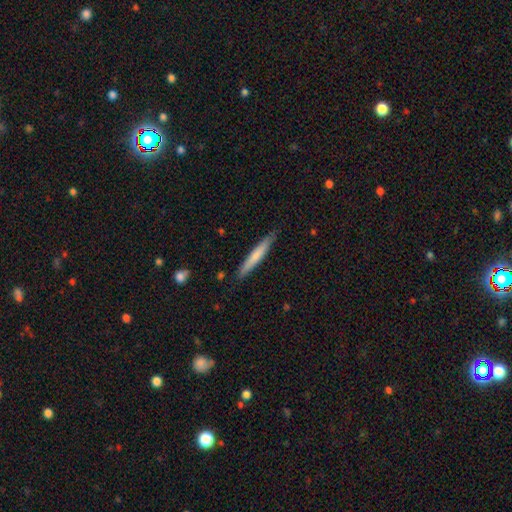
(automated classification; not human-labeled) A smooth galaxy with no disk features (68%) that is cigar-shaped (94%).

Vote fractions:
- Smooth or featured? smooth: 68% / featured or disk: 27% / star or artifact: 5%
- How rounded? cigar-shaped: 94% / in between: 5% / round: 1%
- Merging? none: 86% / minor disturbance: 11% / major disturbance: 2% / merger: 1%